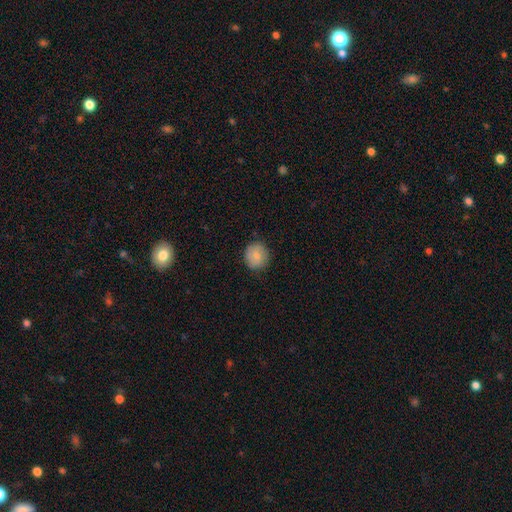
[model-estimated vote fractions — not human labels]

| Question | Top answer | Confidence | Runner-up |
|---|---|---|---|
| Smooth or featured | smooth | 81% | featured or disk (12%) |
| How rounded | round | 86% | in between (13%) |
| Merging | none | 84% | minor disturbance (12%) |